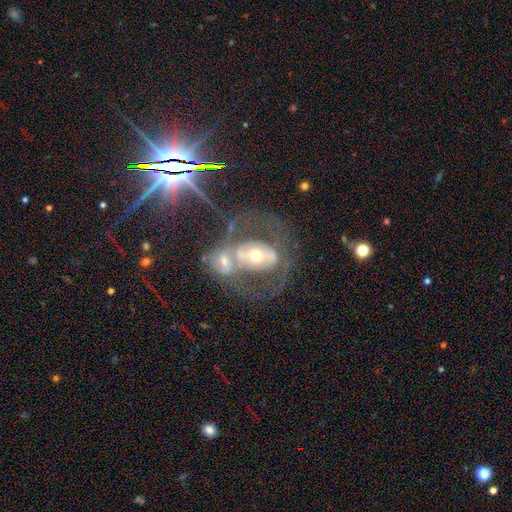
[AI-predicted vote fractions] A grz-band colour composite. It shows a featured or disk galaxy (61%) with no bar (61%), no spiral arms (63%) and a moderate central bulge (69%). Merging: merger (38%).